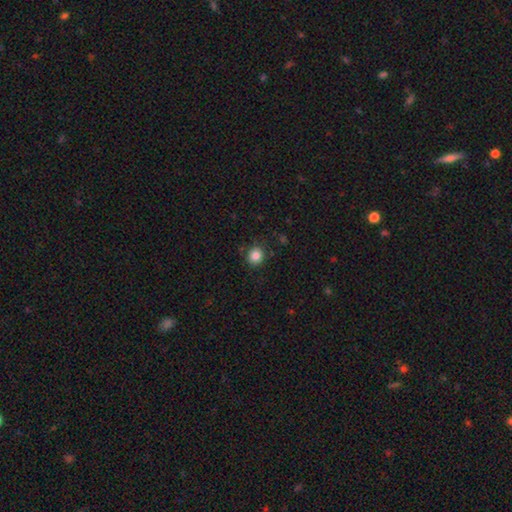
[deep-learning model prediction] Q: Smooth or featured?
A: smooth (84%); runner-up: star or artifact (11%)
Q: How rounded?
A: round (88%); runner-up: in between (11%)
Q: Merging?
A: none (86%); runner-up: minor disturbance (9%)